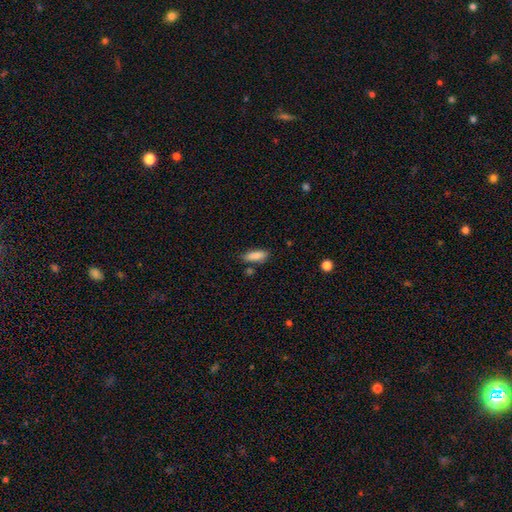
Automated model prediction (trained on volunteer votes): Morphology: type=smooth (86%); roundness=in between (67%); merging=none (75%).